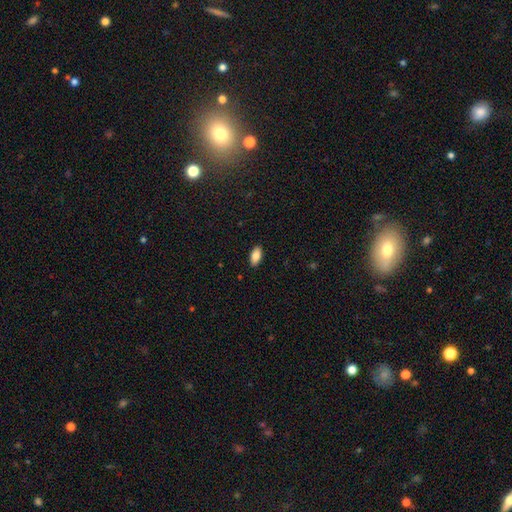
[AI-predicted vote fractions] Smooth or featured: smooth — 85% (featured or disk — 8%)
How rounded: in between — 91% (cigar-shaped — 7%)
Merging: none — 90% (minor disturbance — 8%)